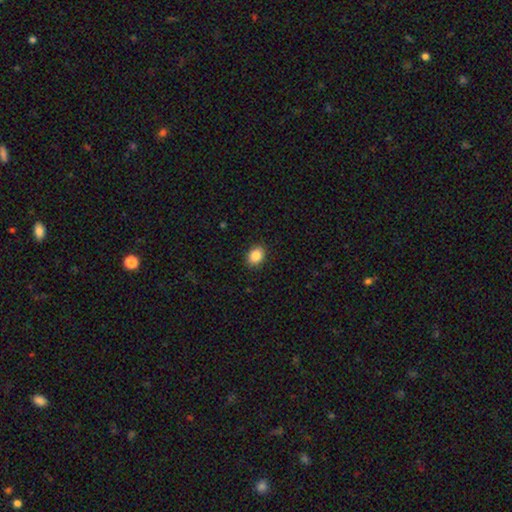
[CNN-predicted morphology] The model was most divided on "how rounded": in between: 64%, round: 35%, cigar-shaped: 1%. More confident: merging — none (90%); smooth or featured — smooth (87%).